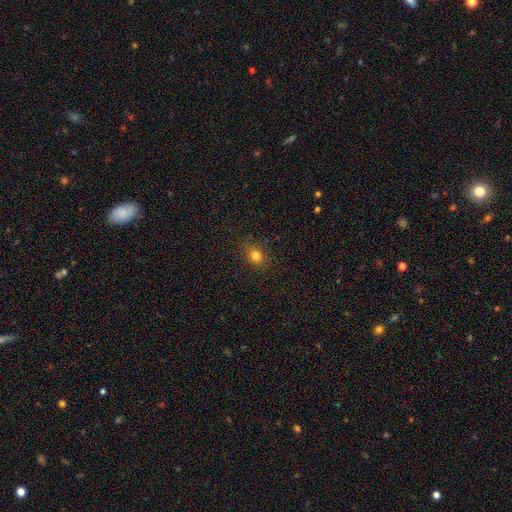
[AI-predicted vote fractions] A smooth galaxy with no disk features (80%) that is round (54%).

Vote fractions:
- Smooth or featured? smooth: 80% / star or artifact: 14% / featured or disk: 6%
- How rounded? round: 54% / in between: 45% / cigar-shaped: 1%
- Merging? none: 87% / minor disturbance: 9% / major disturbance: 3% / merger: 1%